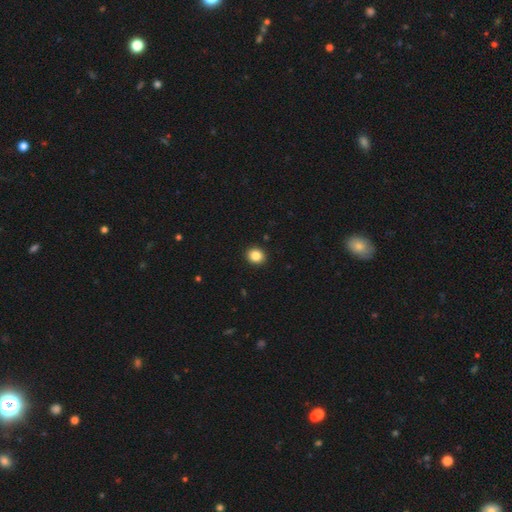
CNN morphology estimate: Smooth or featured? Predicted: smooth (p=0.86). How rounded? Predicted: round (p=0.77). Merging? Predicted: none (p=0.92).